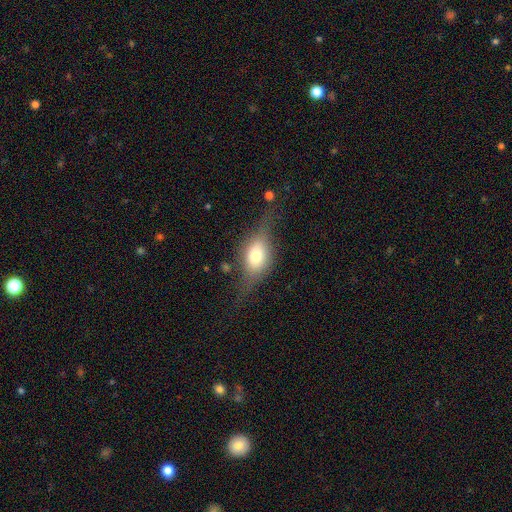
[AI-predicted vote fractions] Morphology: type=smooth (48%); merging=none (55%).